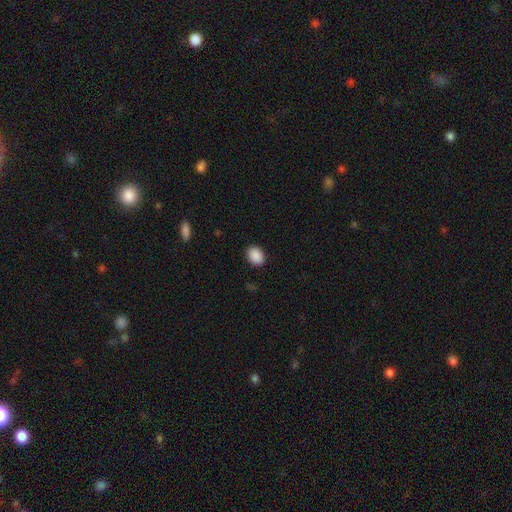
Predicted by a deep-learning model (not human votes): Q: Smooth or featured?
A: smooth (90%); runner-up: star or artifact (8%)
Q: How rounded?
A: in between (63%); runner-up: round (36%)
Q: Merging?
A: none (90%); runner-up: minor disturbance (7%)